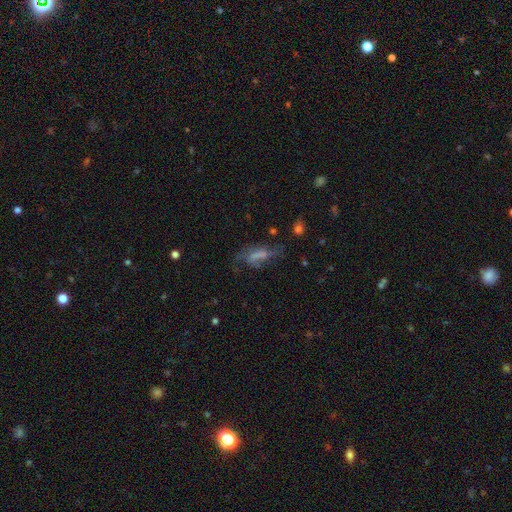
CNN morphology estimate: Q: Smooth or featured?
A: featured or disk (48%); runner-up: smooth (32%)
Q: Merging?
A: none (48%); runner-up: major disturbance (26%)